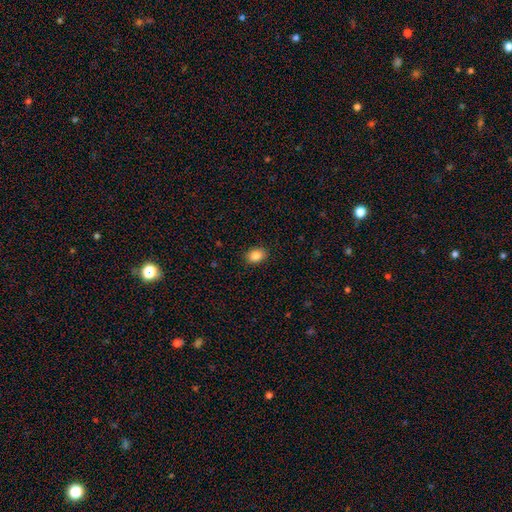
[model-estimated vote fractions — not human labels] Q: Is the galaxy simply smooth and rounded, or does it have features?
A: smooth — 86%.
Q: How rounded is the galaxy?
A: in between — 71%.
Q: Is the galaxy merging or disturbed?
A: none — 88%.